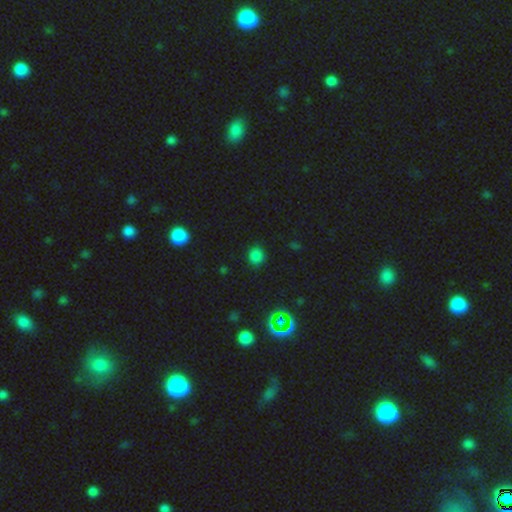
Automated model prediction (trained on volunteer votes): Smooth or featured? Predicted: smooth (p=0.78). How rounded? Predicted: round (p=0.86). Merging? Predicted: none (p=0.88).